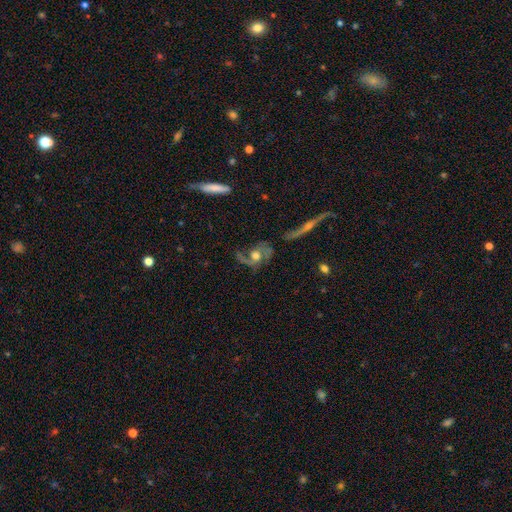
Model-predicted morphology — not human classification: A featured or disk galaxy (78%) with no bar (73%), 2 (72%) loose (45%) spiral arms (87%) and a moderate central bulge (60%).

Vote fractions:
- Smooth or featured? featured or disk: 78% / smooth: 14% / star or artifact: 8%
- Edge-on disk? no: 92% / yes: 8%
- Bar? no: 73% / weak: 21% / strong: 6%
- Spiral arms? yes: 87% / no: 13%
- Spiral winding? loose: 45% / medium: 42% / tight: 14%
- Spiral arm count? 2: 72% / 1: 9% / can't tell: 8% / 3: 6% / 4: 2% / more than 4: 2%
- Bulge size? moderate: 60% / large: 27% / small: 8% / none: 3% / dominant: 2%
- Merging? none: 51% / major disturbance: 22% / minor disturbance: 21% / merger: 5%